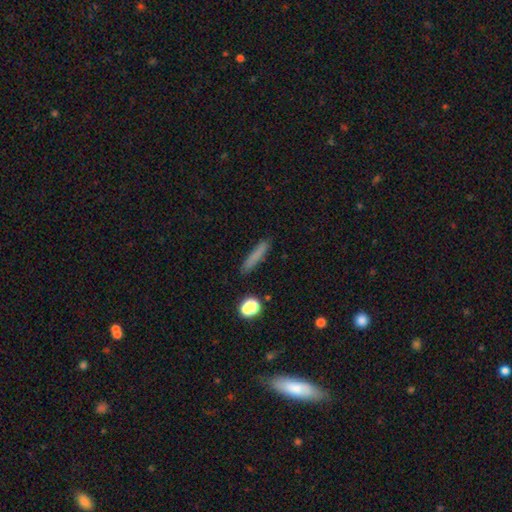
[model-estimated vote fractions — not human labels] A smooth galaxy with no disk features (78%) that is cigar-shaped (89%). Merging: none (87%).